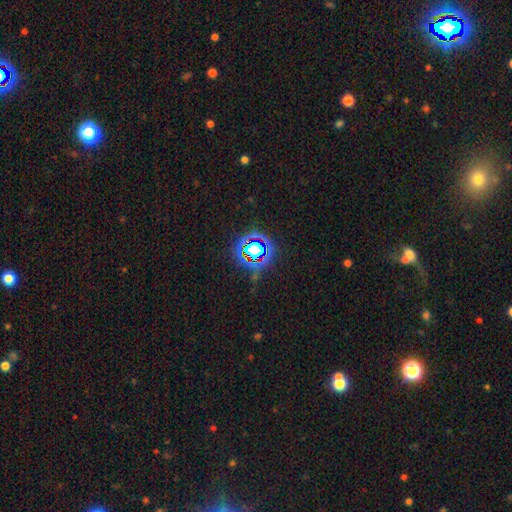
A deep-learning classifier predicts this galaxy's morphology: Smooth or featured? Predicted: star or artifact (p=0.79).